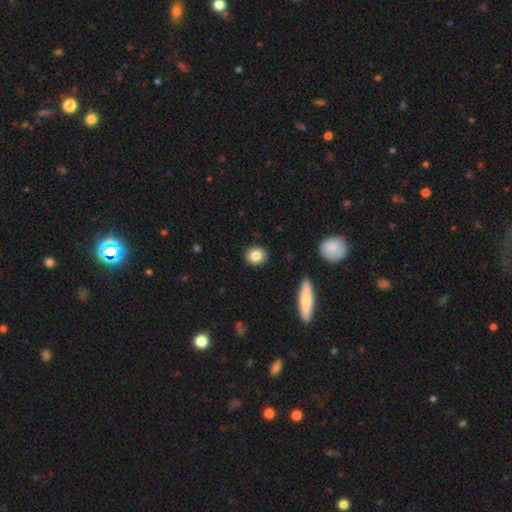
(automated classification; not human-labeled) smooth 84%, star or artifact 9%, featured or disk 7%. Down the decision tree: how rounded — round (81%); merging — none (91%).